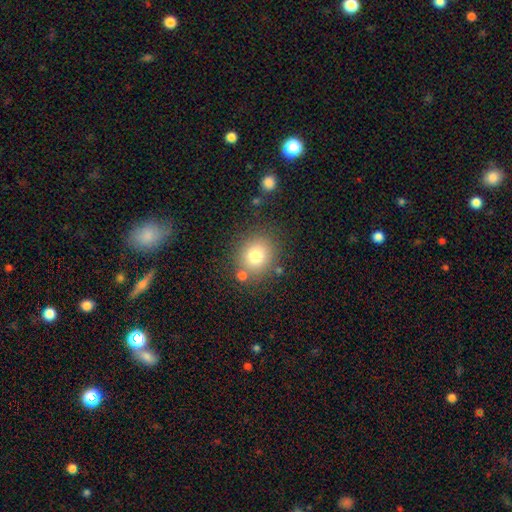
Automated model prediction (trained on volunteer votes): The model was most divided on "how rounded": round: 74%, in between: 25%, cigar-shaped: 1%. More confident: smooth or featured — smooth (77%); merging — none (76%).